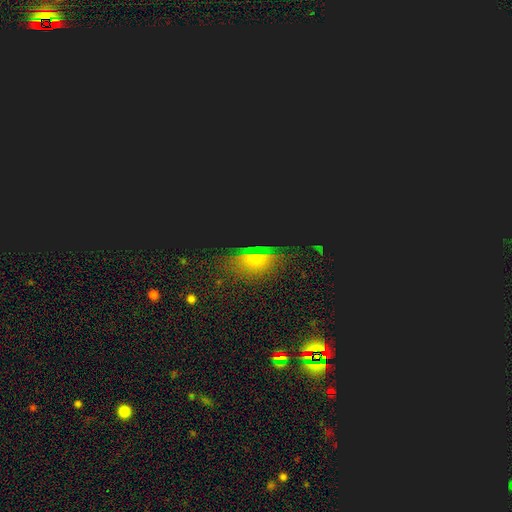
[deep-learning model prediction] A star or artifact, not a galaxy (50%).